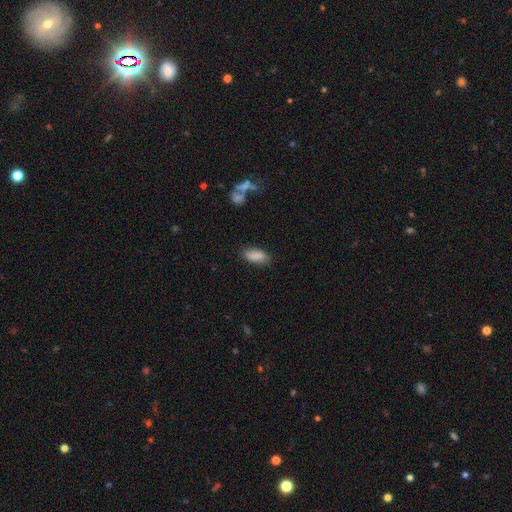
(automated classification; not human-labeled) A smooth galaxy with no disk features (87%) that is in between round and cigar-shaped (85%).

Vote fractions:
- Smooth or featured? smooth: 87% / star or artifact: 7% / featured or disk: 6%
- How rounded? in between: 85% / cigar-shaped: 12% / round: 2%
- Merging? none: 81% / minor disturbance: 14% / major disturbance: 3% / merger: 2%